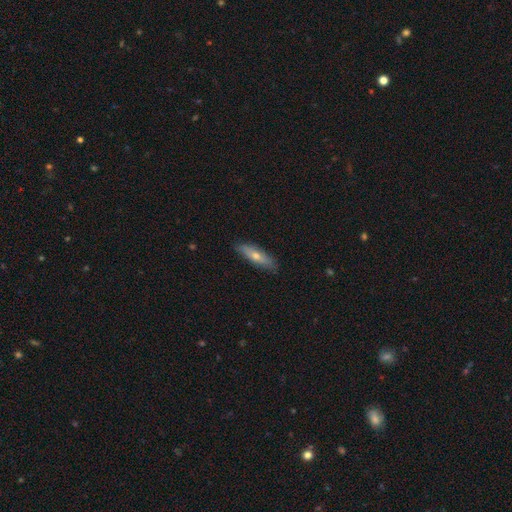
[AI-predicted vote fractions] This appears to be a smooth galaxy with no disk features (53%) that is cigar-shaped (71%). Merging: none (86%).